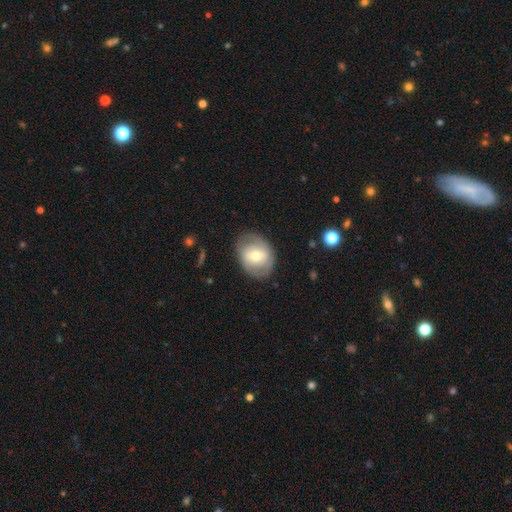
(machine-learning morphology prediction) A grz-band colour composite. It shows a smooth galaxy with no disk features (49%). Merging: none (80%).